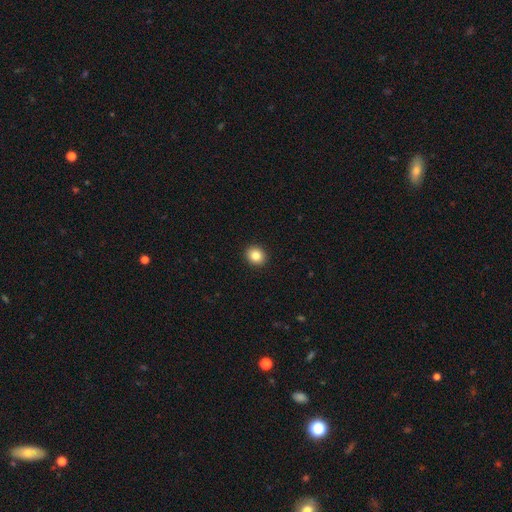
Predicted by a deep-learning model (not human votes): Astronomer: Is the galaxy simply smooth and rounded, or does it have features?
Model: smooth — 84%.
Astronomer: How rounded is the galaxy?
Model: round — 75%.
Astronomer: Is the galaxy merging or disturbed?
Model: none — 93%.